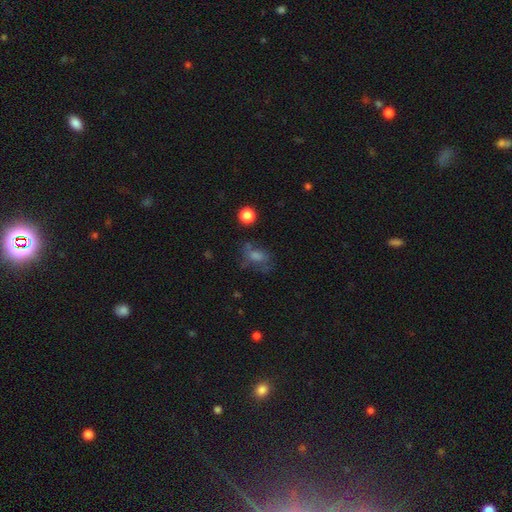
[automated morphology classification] This is marginally a smooth galaxy (40%). Merging: possibly none (51%).